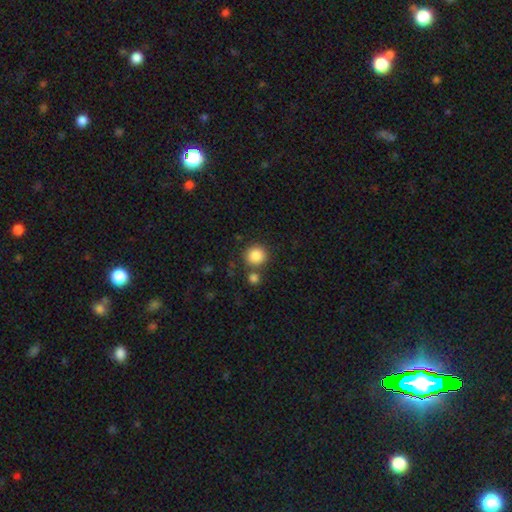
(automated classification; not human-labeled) Smooth or featured? Predicted: smooth (p=0.86). How rounded? Predicted: round (p=0.91). Merging? Predicted: none (p=0.75).